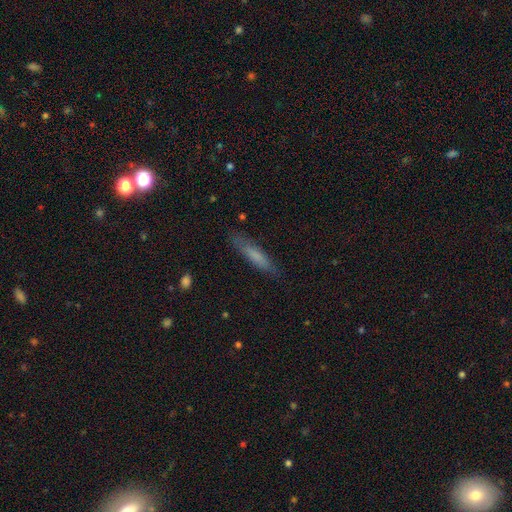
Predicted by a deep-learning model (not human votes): Overall: smooth (69%). How rounded: cigar-shaped (86%). Merging: none (82%).